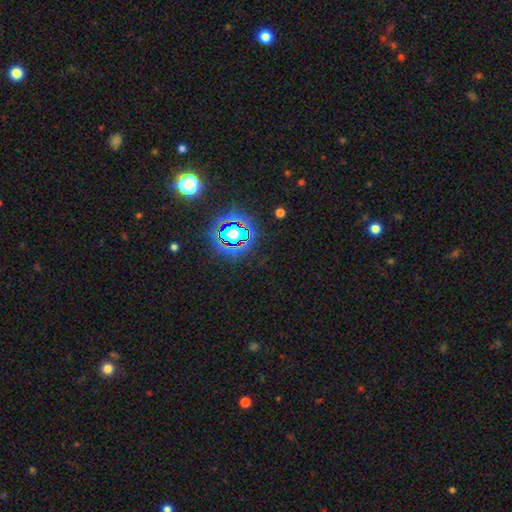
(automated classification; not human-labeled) Smooth or featured? star or artifact (78%)